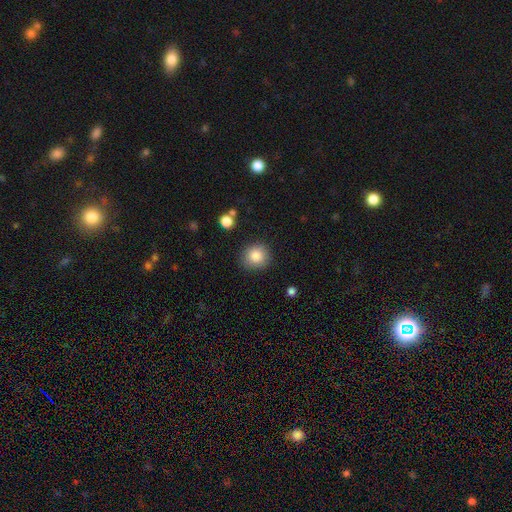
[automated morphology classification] Q: Smooth or featured?
A: smooth (85%); runner-up: star or artifact (9%)
Q: How rounded?
A: round (87%); runner-up: in between (12%)
Q: Merging?
A: none (87%); runner-up: minor disturbance (9%)